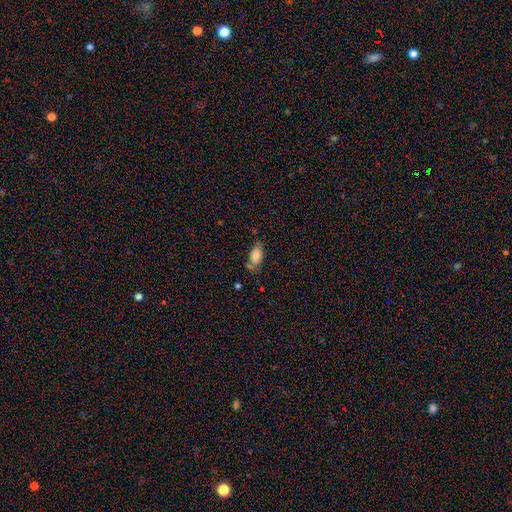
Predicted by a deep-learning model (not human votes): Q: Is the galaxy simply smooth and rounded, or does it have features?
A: smooth — 75%.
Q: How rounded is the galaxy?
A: in between — 90%.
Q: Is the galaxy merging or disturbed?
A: none — 57%.